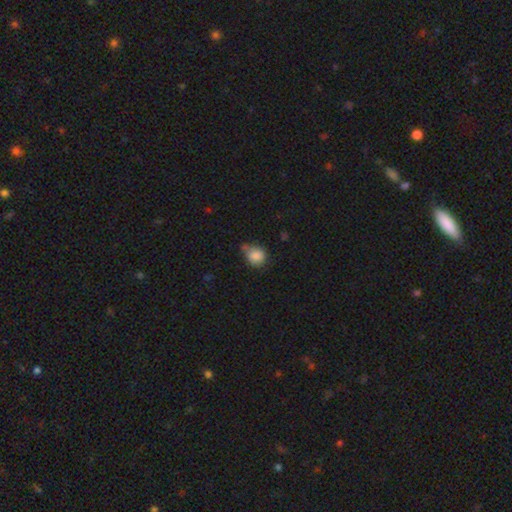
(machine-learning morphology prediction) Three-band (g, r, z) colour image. It shows a smooth galaxy with no disk features (85%) that is round (72%). Merging: none (44%).